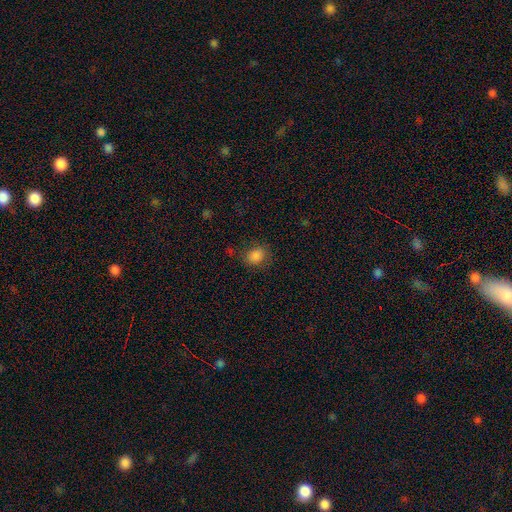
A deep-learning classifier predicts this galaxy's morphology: smooth-or-featured: smooth: 84% | star or artifact: 11% | featured or disk: 5%
  how-rounded: round: 51% | in between: 48% | cigar-shaped: 1%
  merging: none: 75% | minor disturbance: 17% | major disturbance: 6% | merger: 2%